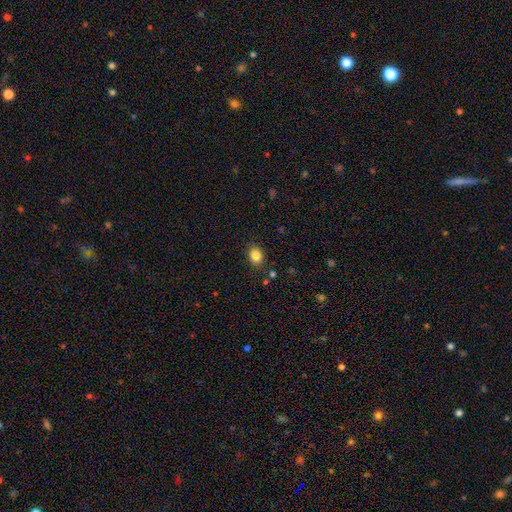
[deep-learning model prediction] Smooth or featured: smooth — 85% (star or artifact — 10%)
How rounded: round — 53% (in between — 46%)
Merging: none — 86% (minor disturbance — 10%)